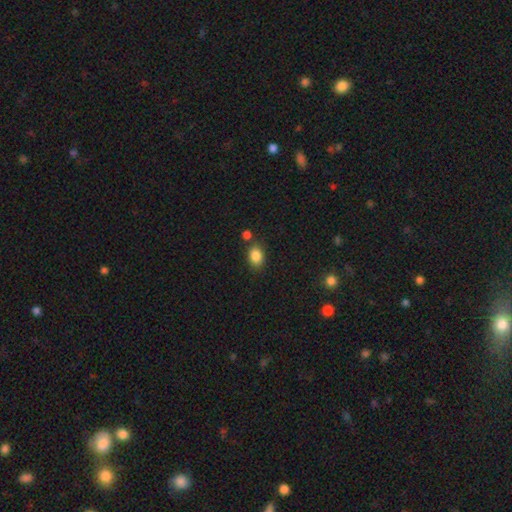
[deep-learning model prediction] Smooth or featured? Predicted: smooth (p=0.86). How rounded? Predicted: in between (p=0.71). Merging? Predicted: none (p=0.71).